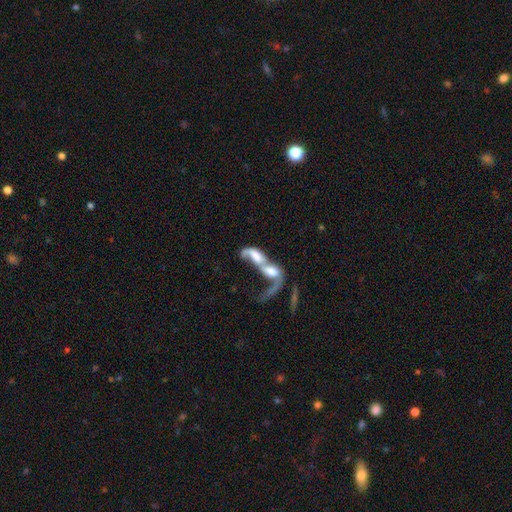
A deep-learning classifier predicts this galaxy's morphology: A featured or disk galaxy (53%).

Vote fractions:
- Smooth or featured? featured or disk: 53% / smooth: 37% / star or artifact: 10%
- Edge-on disk? no: 89% / yes: 11%
- Merging? merger: 80% / major disturbance: 11% / none: 6% / minor disturbance: 3%